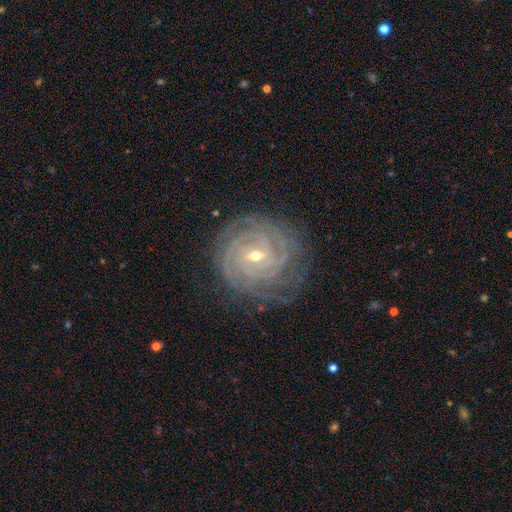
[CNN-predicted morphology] Overall: featured or disk (89%). Edge-on disk: no (97%). Bar: weak (41%; no 40%). Spiral arms: yes (98%). Spiral arm count: 4 (23%, tied with can't tell). Spiral winding: tight (86%). Bulge size: small (60%; moderate 38%). Merging: none (80%).